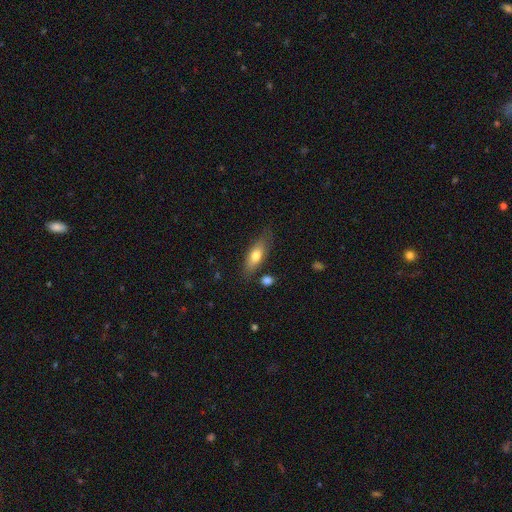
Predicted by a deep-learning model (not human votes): Smooth or featured? Predicted: smooth (p=0.70). How rounded? Predicted: in between (p=0.68). Merging? Predicted: none (p=0.73).